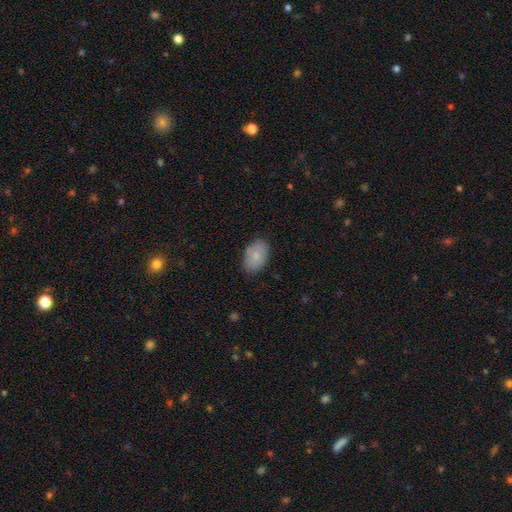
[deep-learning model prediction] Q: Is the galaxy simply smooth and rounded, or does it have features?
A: smooth — 78%.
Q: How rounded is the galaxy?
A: in between — 88%.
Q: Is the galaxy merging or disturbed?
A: none — 82%.